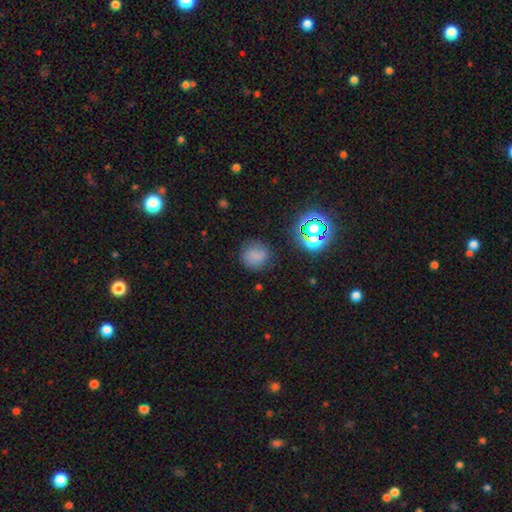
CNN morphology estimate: smooth 70%, star or artifact 18%, featured or disk 12%. Down the decision tree: how rounded — round (83%); merging — none (76%).